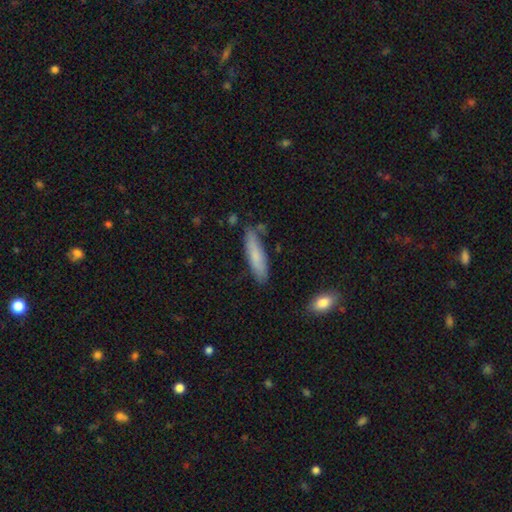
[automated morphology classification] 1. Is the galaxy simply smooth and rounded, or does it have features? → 76% smooth, 18% featured or disk, 6% star or artifact.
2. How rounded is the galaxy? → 77% cigar-shaped, 21% in between, 1% round.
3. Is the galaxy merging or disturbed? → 76% none, 18% minor disturbance, 4% merger, 3% major disturbance.